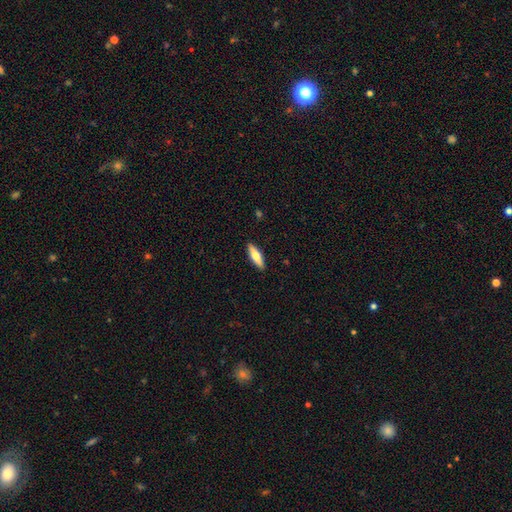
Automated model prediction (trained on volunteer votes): smooth-or-featured: smooth: 59% | featured or disk: 36% | star or artifact: 5%
  how-rounded: cigar-shaped: 58% | in between: 40% | round: 2%
  merging: none: 90% | minor disturbance: 7% | major disturbance: 2% | merger: 1%